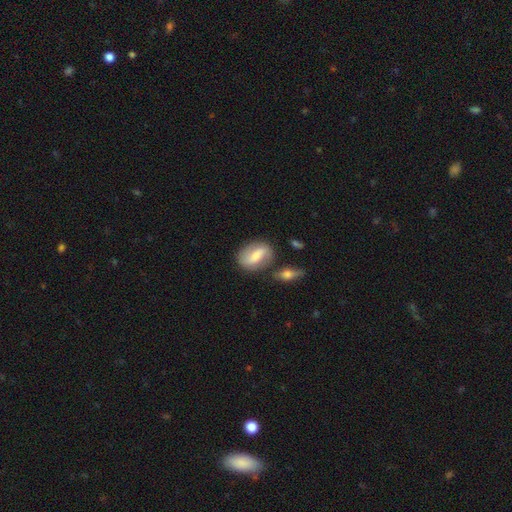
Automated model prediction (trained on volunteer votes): Overall: smooth (52%; featured or disk 41%). How rounded: in between (76%). Merging: none (71%).